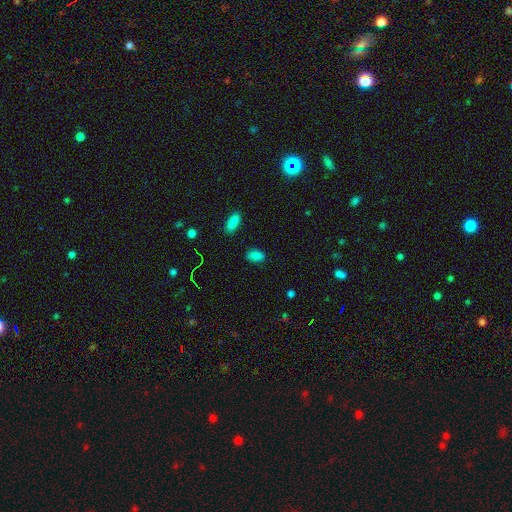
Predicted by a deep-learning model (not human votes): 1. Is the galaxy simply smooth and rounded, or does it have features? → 81% smooth, 14% star or artifact, 5% featured or disk.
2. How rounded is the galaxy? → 90% in between, 8% round, 3% cigar-shaped.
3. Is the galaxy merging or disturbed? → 84% none, 12% minor disturbance, 3% major disturbance, 2% merger.